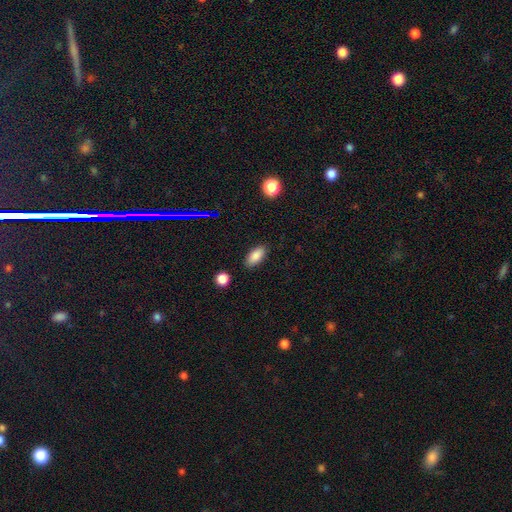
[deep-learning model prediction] Smooth or featured? Predicted: smooth (p=0.85). How rounded? Predicted: in between (p=0.89). Merging? Predicted: none (p=0.87).